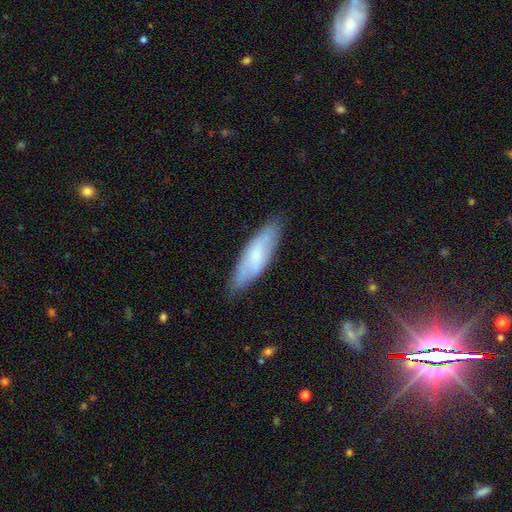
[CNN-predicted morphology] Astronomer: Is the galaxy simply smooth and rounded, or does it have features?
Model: smooth — 58% (runner-up: featured or disk, 35%).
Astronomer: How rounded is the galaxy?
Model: cigar-shaped — 51% (runner-up: in between, 47%).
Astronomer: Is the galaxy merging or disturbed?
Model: none — 78%.